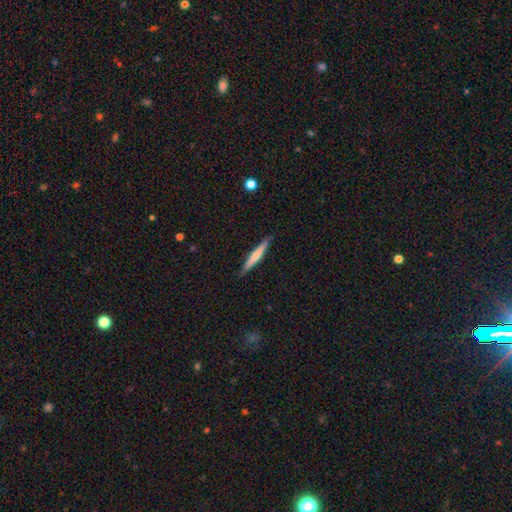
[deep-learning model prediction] A smooth galaxy with no disk features (51%) that is cigar-shaped (95%).

Vote fractions:
- Smooth or featured? smooth: 51% / featured or disk: 43% / star or artifact: 5%
- How rounded? cigar-shaped: 95% / in between: 4% / round: 1%
- Merging? none: 90% / minor disturbance: 8% / major disturbance: 1% / merger: 1%